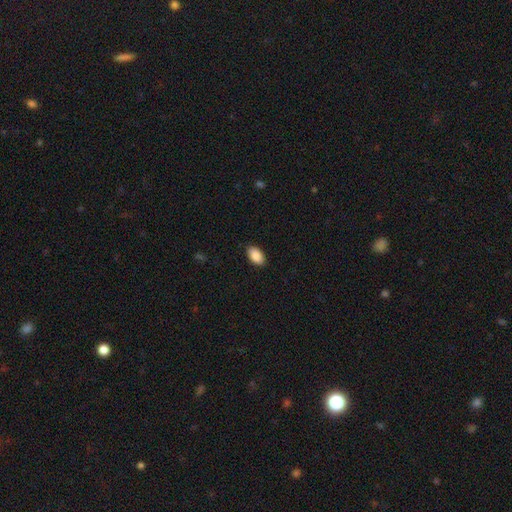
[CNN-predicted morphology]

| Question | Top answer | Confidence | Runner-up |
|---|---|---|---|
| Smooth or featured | smooth | 90% | star or artifact (7%) |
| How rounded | in between | 94% | round (5%) |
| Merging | none | 88% | minor disturbance (9%) |